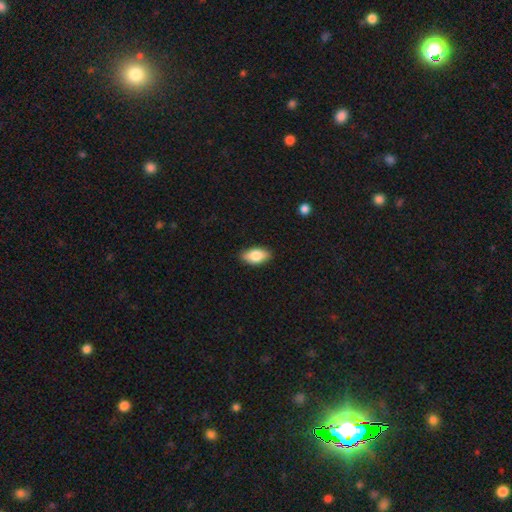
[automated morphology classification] Smooth or featured? Predicted: smooth (p=0.81). How rounded? Predicted: in between (p=0.91). Merging? Predicted: none (p=0.87).